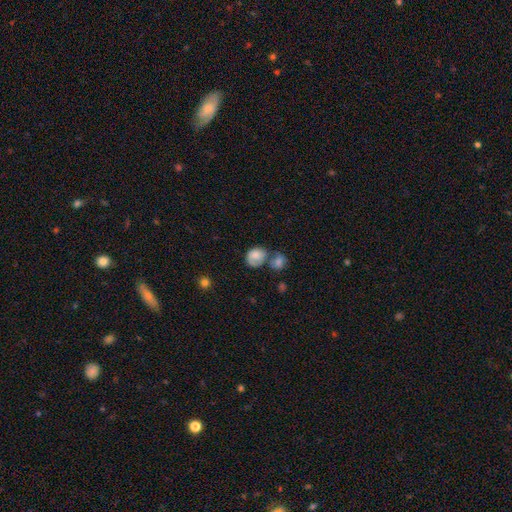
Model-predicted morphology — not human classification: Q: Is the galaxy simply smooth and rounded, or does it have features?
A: smooth — 70%.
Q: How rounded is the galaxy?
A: round — 53%.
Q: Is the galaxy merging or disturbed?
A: merger — 41%.